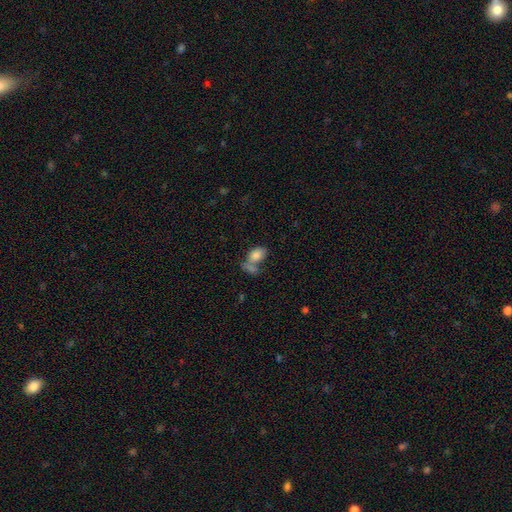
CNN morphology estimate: smooth_or_featured: smooth (p=0.81) [alt: featured or disk p=0.10]
how_rounded: in between (p=0.83) [alt: round p=0.15]
merging: merger (p=0.41) [alt: none p=0.35]